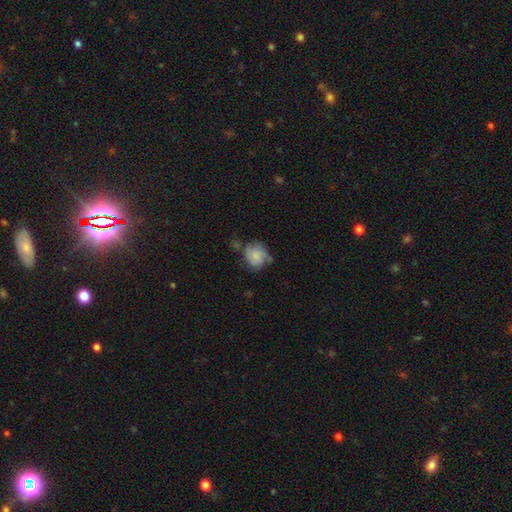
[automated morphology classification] type=smooth (65%); roundness=round (67%); merging=none (46%).